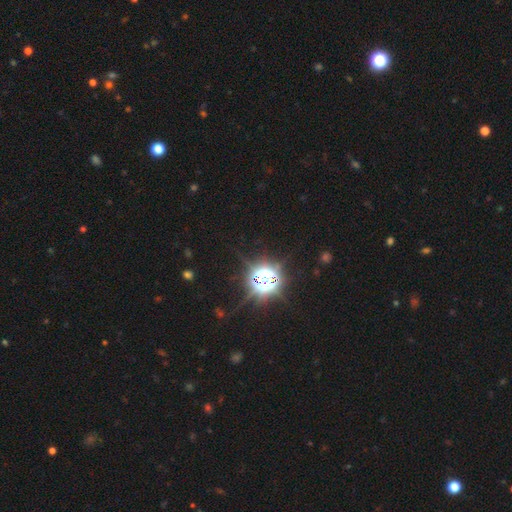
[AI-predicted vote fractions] A star or artifact, not a galaxy (84%).

Vote fractions:
- Smooth or featured? star or artifact: 84% / smooth: 11% / featured or disk: 5%